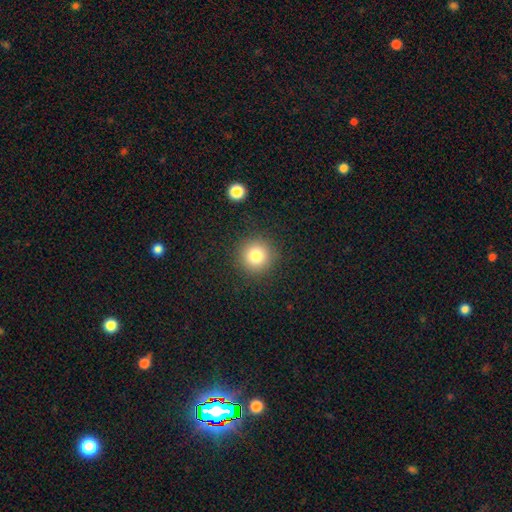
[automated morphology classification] This appears to be a smooth galaxy with no disk features (79%) that is round (95%). Merging: none (90%).